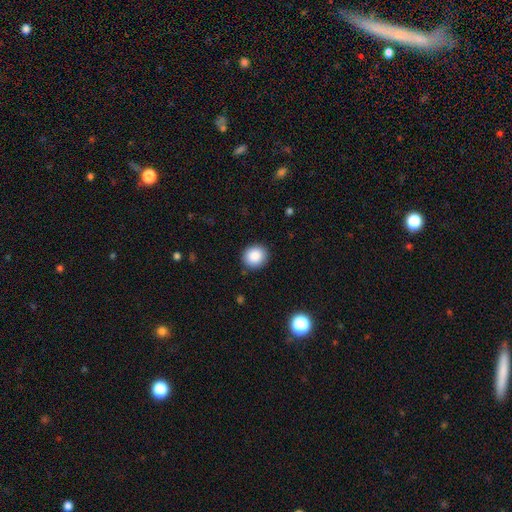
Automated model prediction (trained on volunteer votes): Q: Smooth or featured?
A: smooth (87%); runner-up: star or artifact (9%)
Q: How rounded?
A: round (83%); runner-up: in between (16%)
Q: Merging?
A: none (89%); runner-up: minor disturbance (8%)